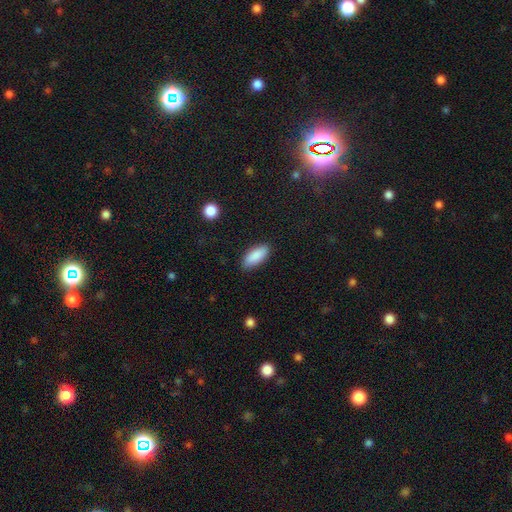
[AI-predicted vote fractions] A smooth galaxy with no disk features (88%) that is in between round and cigar-shaped (81%).

Vote fractions:
- Smooth or featured? smooth: 88% / star or artifact: 6% / featured or disk: 6%
- How rounded? in between: 81% / cigar-shaped: 17% / round: 2%
- Merging? none: 87% / minor disturbance: 10% / major disturbance: 2% / merger: 1%